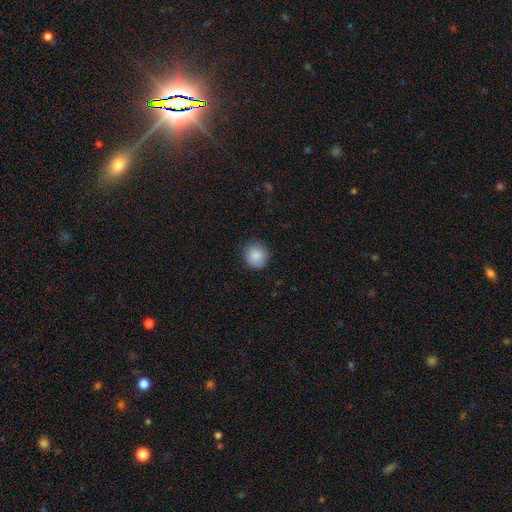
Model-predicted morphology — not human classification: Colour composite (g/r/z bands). It shows a smooth galaxy with no disk features (87%) that is round (86%). Merging: none (86%).